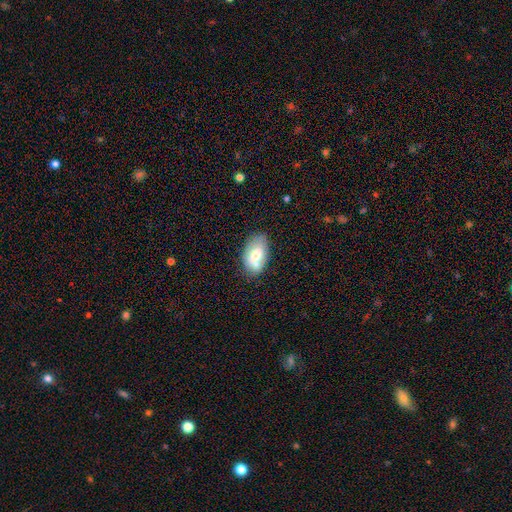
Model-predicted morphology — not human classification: smooth_or_featured: smooth (p=0.67) [alt: featured or disk p=0.25]
how_rounded: in between (p=0.92) [alt: round p=0.07]
merging: none (p=0.59) [alt: minor disturbance p=0.21]